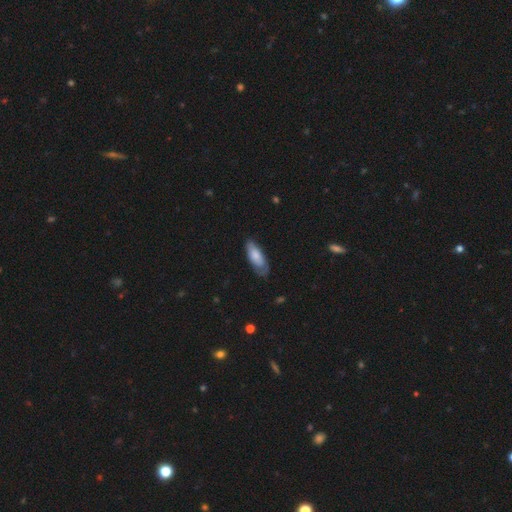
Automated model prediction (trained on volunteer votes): This is likely a smooth galaxy (65%). How rounded: likely in between (74%). Merging: possibly none (60%).